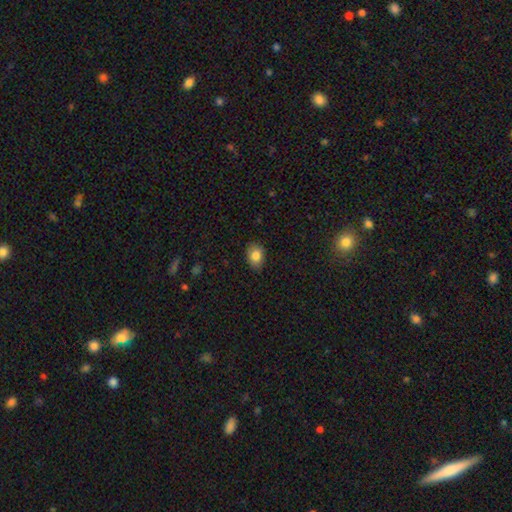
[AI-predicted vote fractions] smooth-or-featured: smooth: 84% | star or artifact: 8% | featured or disk: 7%
  how-rounded: in between: 76% | round: 23% | cigar-shaped: 1%
  merging: none: 86% | minor disturbance: 11% | major disturbance: 2% | merger: 1%